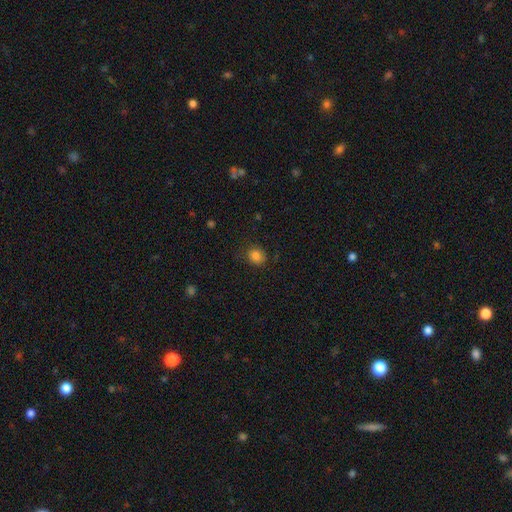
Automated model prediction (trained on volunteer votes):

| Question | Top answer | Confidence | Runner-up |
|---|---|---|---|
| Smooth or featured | smooth | 84% | star or artifact (12%) |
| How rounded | round | 72% | in between (28%) |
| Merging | none | 79% | minor disturbance (15%) |